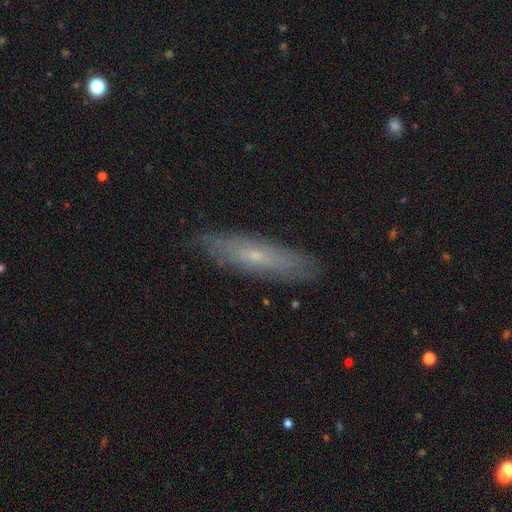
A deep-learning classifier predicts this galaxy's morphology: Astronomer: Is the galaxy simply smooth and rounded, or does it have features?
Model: featured or disk — 49% (runner-up: smooth, 44%).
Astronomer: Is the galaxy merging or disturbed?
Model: none — 84%.